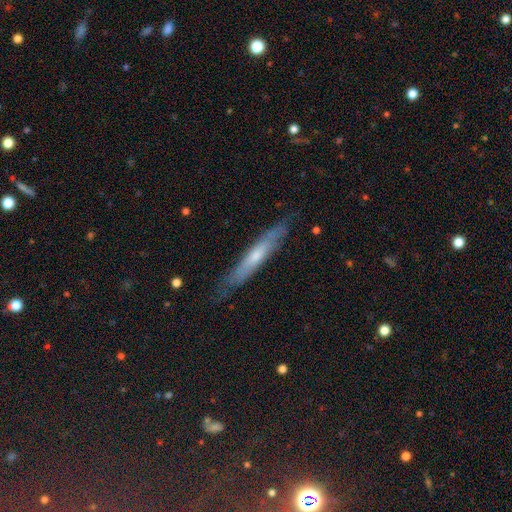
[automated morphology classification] Smooth or featured? Predicted: featured or disk (p=0.50). Merging? Predicted: none (p=0.78).